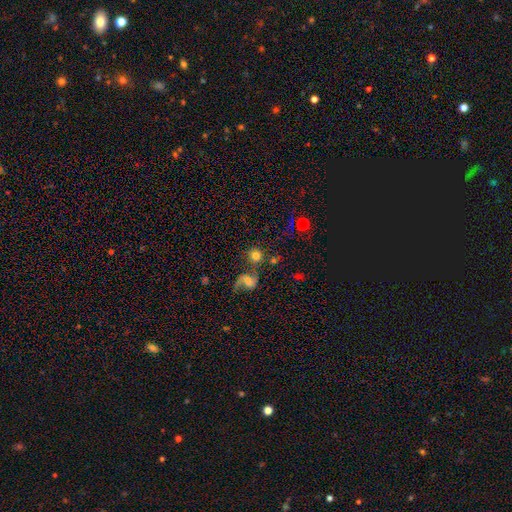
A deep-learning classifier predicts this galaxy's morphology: smooth 70%, featured or disk 19%, star or artifact 11%. Down the decision tree: how rounded — round (90%); merging — none (63%).